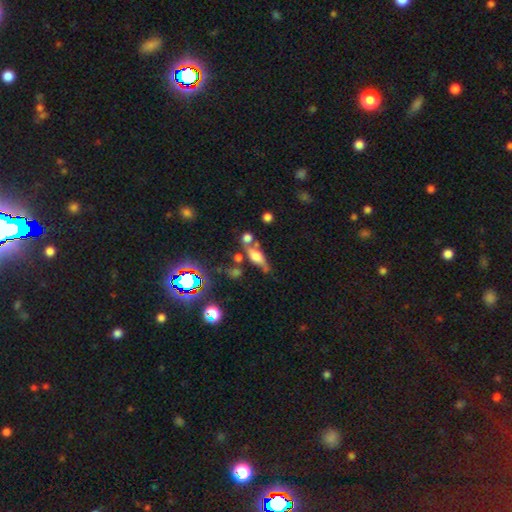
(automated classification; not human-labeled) A smooth galaxy with no disk features (45%).

Vote fractions:
- Smooth or featured? smooth: 45% / featured or disk: 39% / star or artifact: 16%
- Merging? none: 46% / merger: 25% / minor disturbance: 19% / major disturbance: 10%